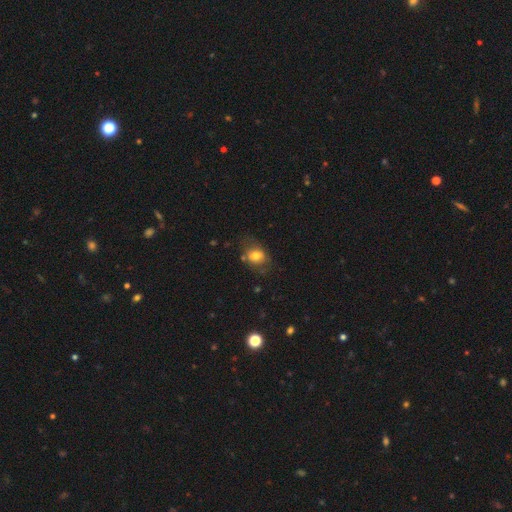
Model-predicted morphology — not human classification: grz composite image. It shows a smooth galaxy with no disk features (73%) that is round (51%). Merging: none (62%).